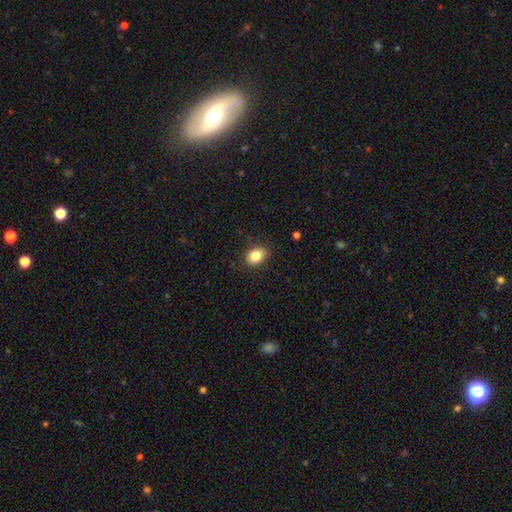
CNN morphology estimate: The model was most divided on "how rounded": in between: 67%, round: 32%, cigar-shaped: 1%. More confident: merging — none (87%); smooth or featured — smooth (85%).